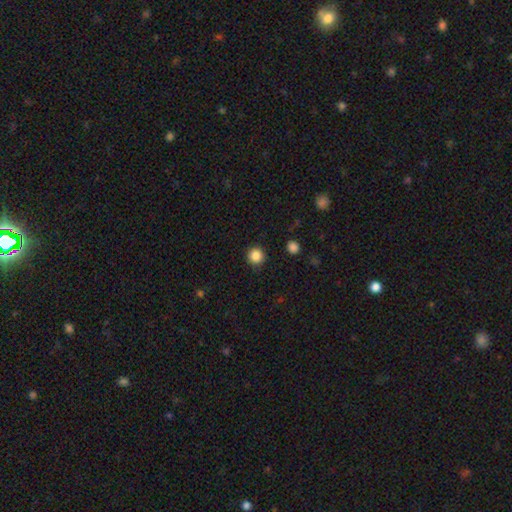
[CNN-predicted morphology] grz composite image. It shows a smooth galaxy with no disk features (86%) that is round (94%). Merging: none (91%).